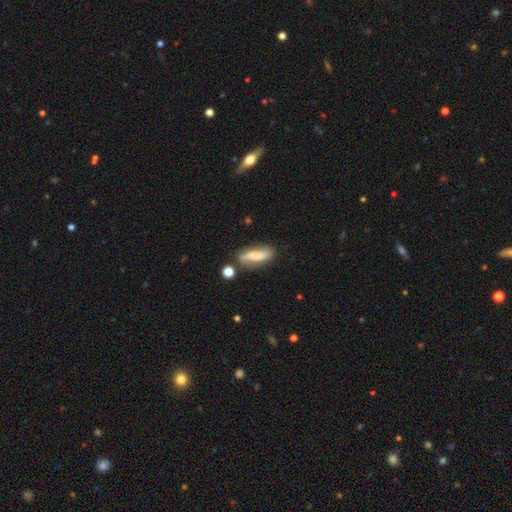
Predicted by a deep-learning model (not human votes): A smooth galaxy with no disk features (51%) that is in between round and cigar-shaped (54%).

Vote fractions:
- Smooth or featured? smooth: 51% / featured or disk: 42% / star or artifact: 8%
- How rounded? in between: 54% / cigar-shaped: 42% / round: 4%
- Merging? none: 71% / minor disturbance: 18% / merger: 6% / major disturbance: 5%